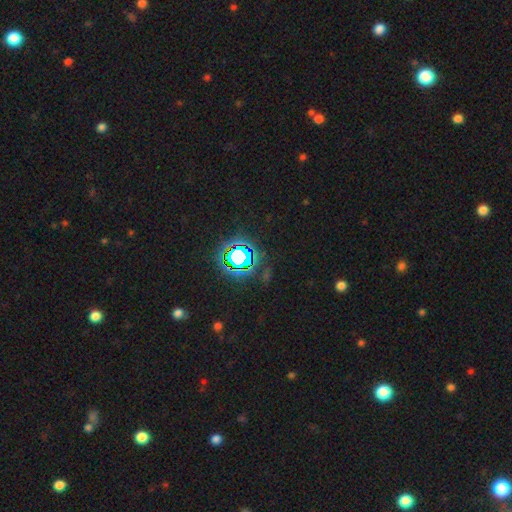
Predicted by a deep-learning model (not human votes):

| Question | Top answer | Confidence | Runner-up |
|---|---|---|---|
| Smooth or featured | star or artifact | 80% | smooth (12%) |